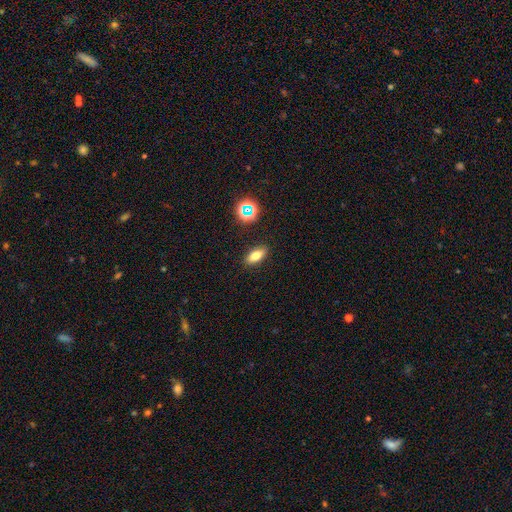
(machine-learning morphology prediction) smooth 73%, featured or disk 15%, star or artifact 12%. Down the decision tree: how rounded — in between (77%); merging — none (88%).